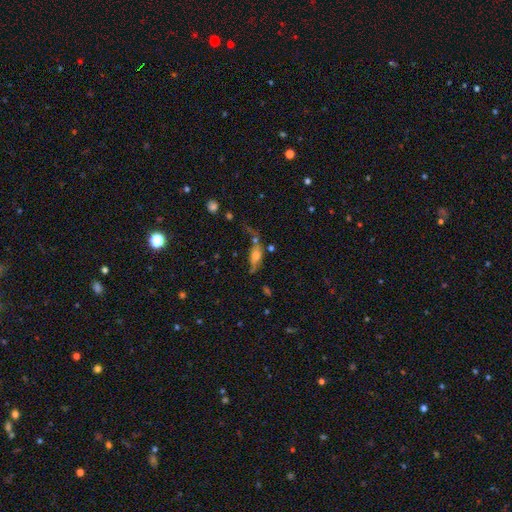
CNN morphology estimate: smooth-or-featured: smooth: 51% | featured or disk: 37% | star or artifact: 12%
  how-rounded: in between: 68% | cigar-shaped: 25% | round: 6%
  merging: none: 41% | minor disturbance: 23% | major disturbance: 21% | merger: 15%